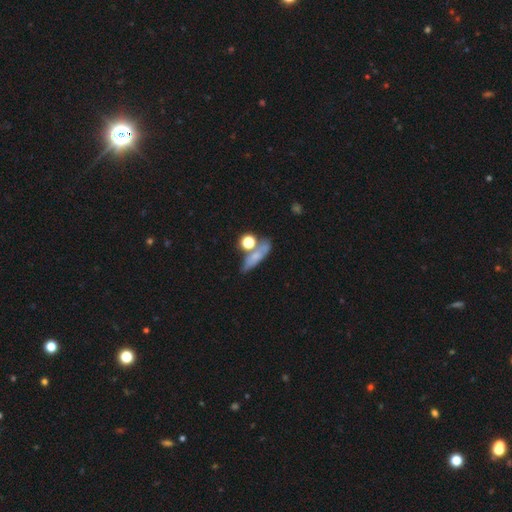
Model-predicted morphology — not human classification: A smooth galaxy with no disk features (65%) that is cigar-shaped (40%, tied with in between).

Vote fractions:
- Smooth or featured? smooth: 65% / featured or disk: 21% / star or artifact: 14%
- How rounded? cigar-shaped: 40% (tied) / in between: 40% (tied) / round: 20%
- Merging? none: 54% / merger: 20% / minor disturbance: 17% / major disturbance: 9%